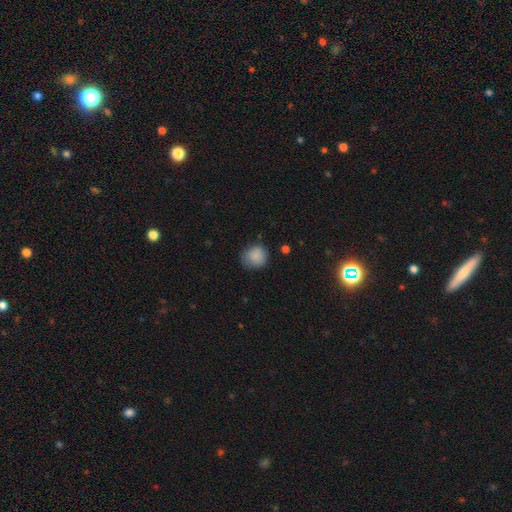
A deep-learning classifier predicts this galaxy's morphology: This appears to be a smooth galaxy with no disk features (87%) that is round (86%). Merging: none (74%).